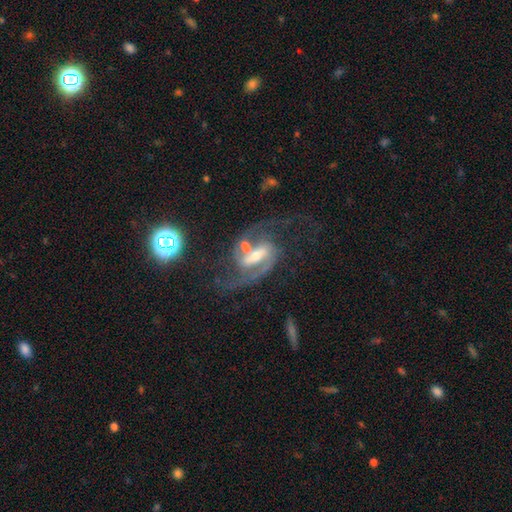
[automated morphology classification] Smooth or featured?
  - featured or disk: 89% *
  - star or artifact: 6%
  - smooth: 4%
Edge-on disk?
  - no: 97% *
  - yes: 3%
Bar?
  - strong: 55% *
  - weak: 33%
  - no: 11%
Spiral arms?
  - yes: 97% *
  - no: 3%
Spiral winding?
  - medium: 54% *
  - loose: 33%
  - tight: 13%
Spiral arm count?
  - 2: 91% *
  - can't tell: 2%
  - 3: 2%
  - 1: 2%
  - 4: 1%
  - more than 4: 1%
Bulge size?
  - moderate: 49% *
  - small: 38%
  - large: 7%
  - none: 4%
  - dominant: 1%
Merging?
  - none: 51% *
  - merger: 17%
  - major disturbance: 17%
  - minor disturbance: 15%